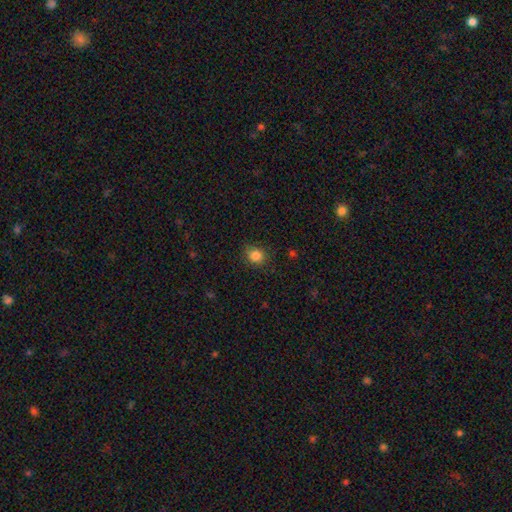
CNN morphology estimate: A smooth galaxy with no disk features (85%) that is round (75%).

Vote fractions:
- Smooth or featured? smooth: 85% / star or artifact: 11% / featured or disk: 4%
- How rounded? round: 75% / in between: 24% / cigar-shaped: 1%
- Merging? none: 84% / minor disturbance: 12% / major disturbance: 3% / merger: 1%